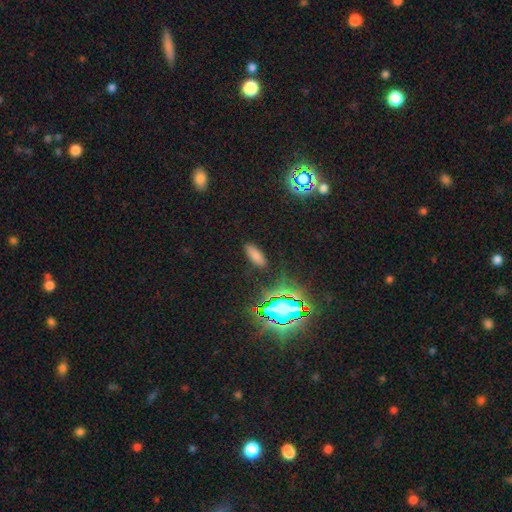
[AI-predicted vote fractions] smooth_or_featured: smooth (p=0.70) [alt: star or artifact p=0.22]
how_rounded: in between (p=0.77) [alt: cigar-shaped p=0.20]
merging: none (p=0.85) [alt: minor disturbance p=0.10]